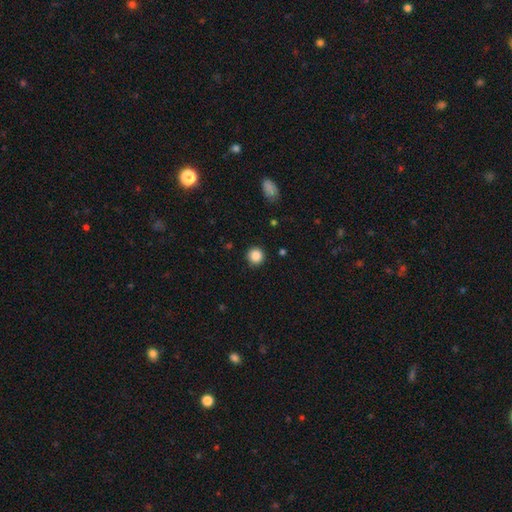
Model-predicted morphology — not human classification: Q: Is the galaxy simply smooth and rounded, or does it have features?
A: smooth — 87%.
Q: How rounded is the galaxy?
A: round — 94%.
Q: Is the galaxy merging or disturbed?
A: none — 89%.